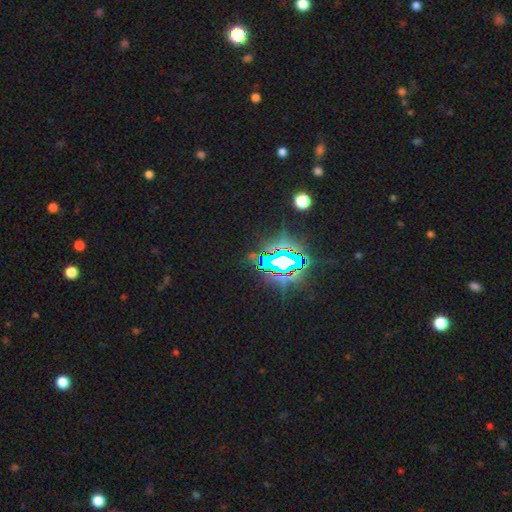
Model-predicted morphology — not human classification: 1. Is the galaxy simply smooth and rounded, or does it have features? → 77% star or artifact, 13% smooth, 10% featured or disk.